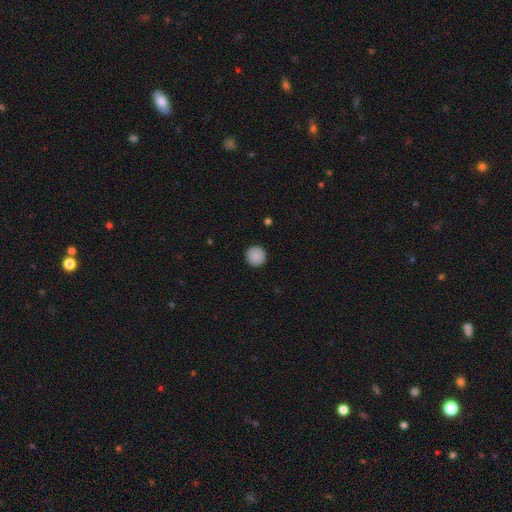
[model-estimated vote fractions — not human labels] Q: Smooth or featured?
A: smooth (89%); runner-up: star or artifact (8%)
Q: How rounded?
A: round (96%); runner-up: in between (3%)
Q: Merging?
A: none (92%); runner-up: minor disturbance (5%)